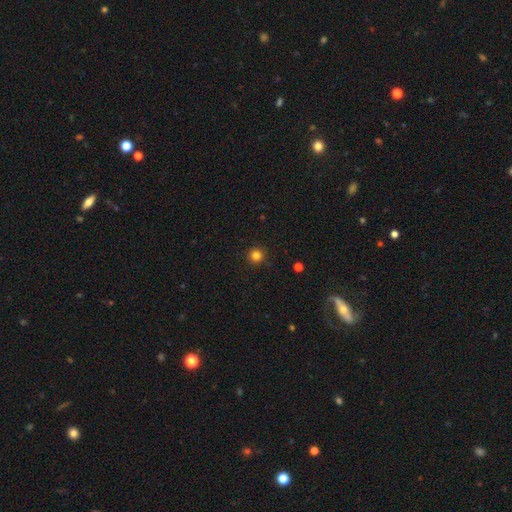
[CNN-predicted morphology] A smooth galaxy with no disk features (81%) that is round (96%).

Vote fractions:
- Smooth or featured? smooth: 81% / star or artifact: 14% / featured or disk: 5%
- How rounded? round: 96% / in between: 3% / cigar-shaped: 1%
- Merging? none: 93% / minor disturbance: 5% / major disturbance: 2% / merger: 1%